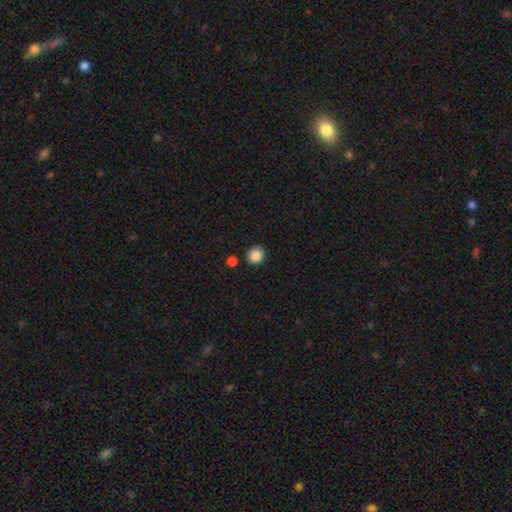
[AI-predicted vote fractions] Smooth or featured: smooth — 88% (star or artifact — 9%)
How rounded: round — 90% (in between — 9%)
Merging: none — 86% (minor disturbance — 7%)